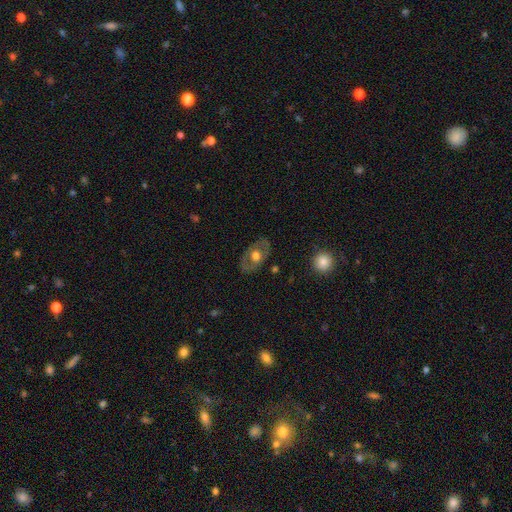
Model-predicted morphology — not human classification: A featured or disk galaxy (51%).

Vote fractions:
- Smooth or featured? featured or disk: 51% / smooth: 43% / star or artifact: 7%
- Edge-on disk? no: 89% / yes: 11%
- Merging? none: 79% / minor disturbance: 14% / major disturbance: 5% / merger: 1%